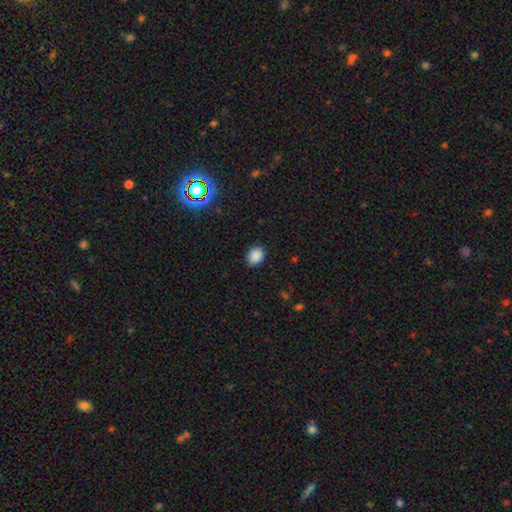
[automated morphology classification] This is clearly a smooth galaxy (87%). How rounded: possibly round (52%). Merging: clearly none (86%).